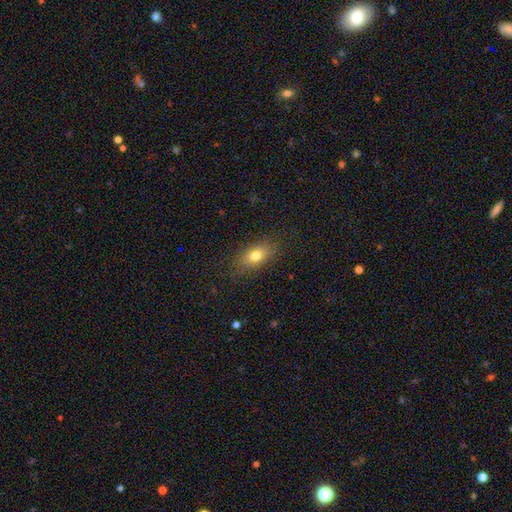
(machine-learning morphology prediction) Q: Smooth or featured?
A: smooth (76%); runner-up: featured or disk (14%)
Q: How rounded?
A: in between (81%); runner-up: round (11%)
Q: Merging?
A: none (84%); runner-up: minor disturbance (11%)